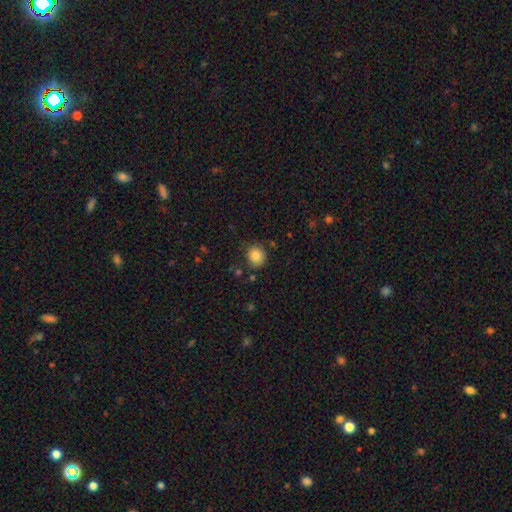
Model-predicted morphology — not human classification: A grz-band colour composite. It shows a smooth galaxy with no disk features (86%) that is round (83%). Merging: none (80%).